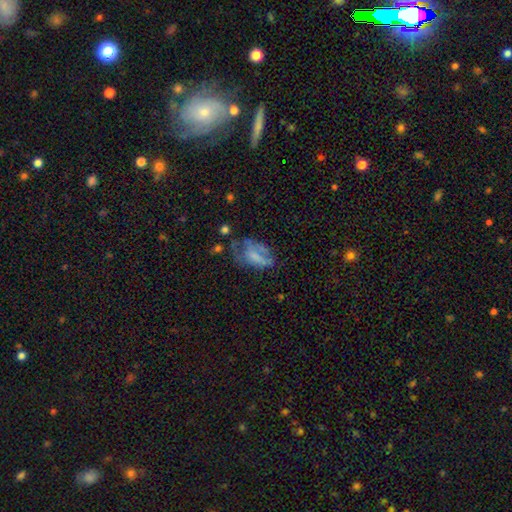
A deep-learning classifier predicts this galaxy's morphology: A smooth galaxy with no disk features (46%).

Vote fractions:
- Smooth or featured? smooth: 46% / featured or disk: 42% / star or artifact: 12%
- Merging? major disturbance: 36% / none: 30% / minor disturbance: 27% / merger: 6%